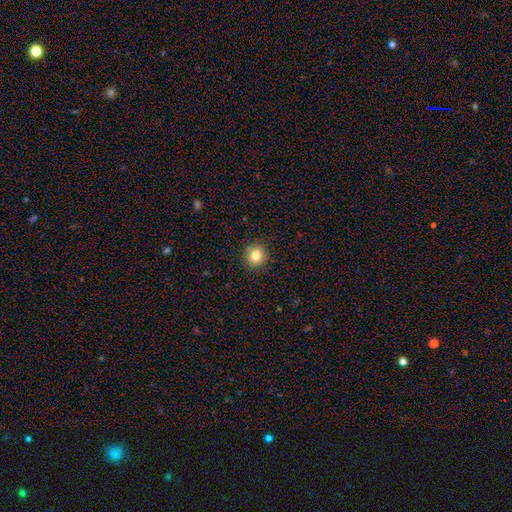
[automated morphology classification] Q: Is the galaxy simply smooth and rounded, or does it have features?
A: smooth — 82%.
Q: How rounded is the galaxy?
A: round — 92%.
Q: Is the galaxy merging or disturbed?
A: none — 90%.